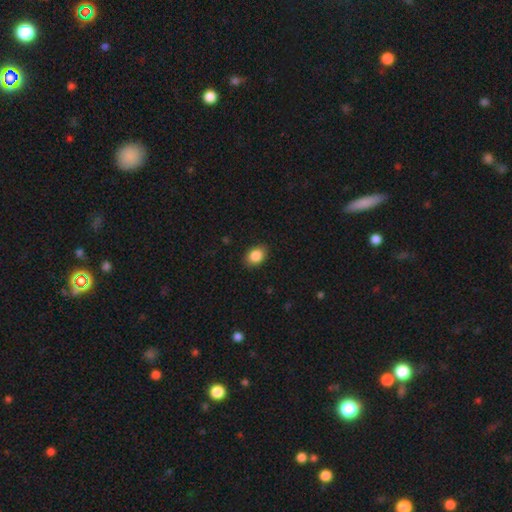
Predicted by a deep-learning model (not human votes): Smooth or featured? smooth (87%)
How rounded? in between (71%)
Merging? none (87%)